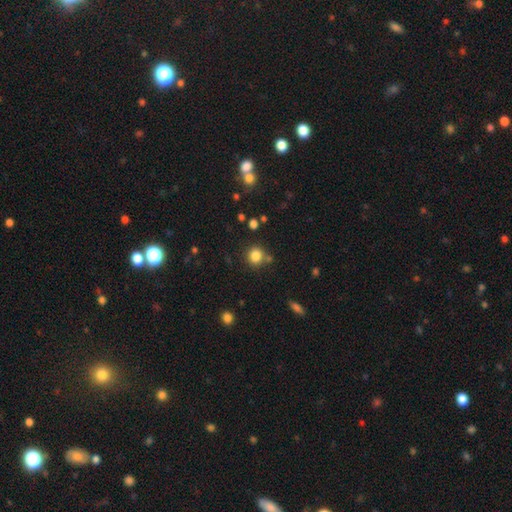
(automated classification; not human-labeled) The model was most divided on "merging": none: 77%, merger: 10%, minor disturbance: 10%, major disturbance: 3%. More confident: how rounded — round (87%); smooth or featured — smooth (83%).